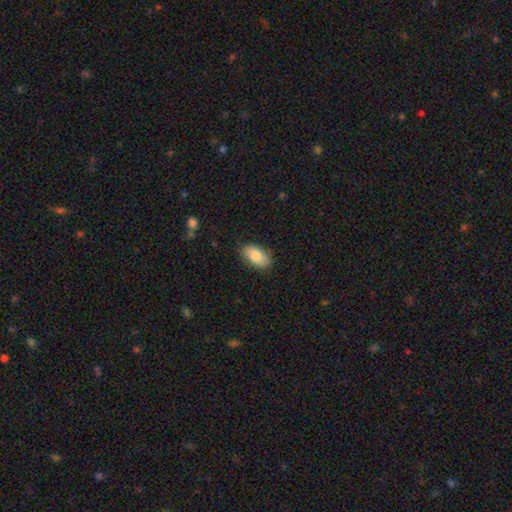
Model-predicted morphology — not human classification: Smooth or featured?
  - smooth: 81% *
  - featured or disk: 12%
  - star or artifact: 7%
How rounded?
  - in between: 93% *
  - round: 4%
  - cigar-shaped: 3%
Merging?
  - none: 81% *
  - minor disturbance: 15%
  - major disturbance: 3%
  - merger: 1%